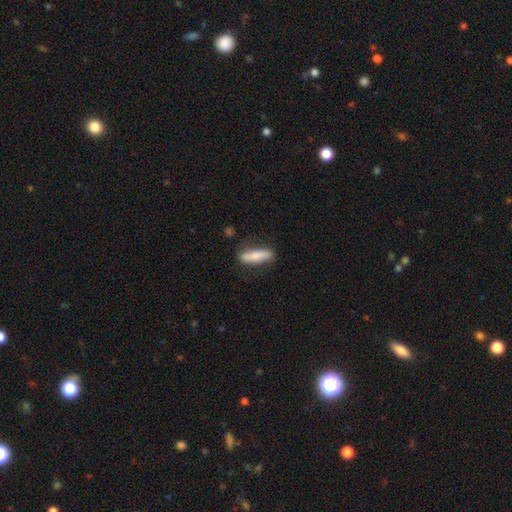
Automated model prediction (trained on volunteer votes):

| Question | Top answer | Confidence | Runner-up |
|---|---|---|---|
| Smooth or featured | smooth | 71% | featured or disk (23%) |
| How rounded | cigar-shaped | 71% | in between (27%) |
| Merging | none | 77% | minor disturbance (17%) |